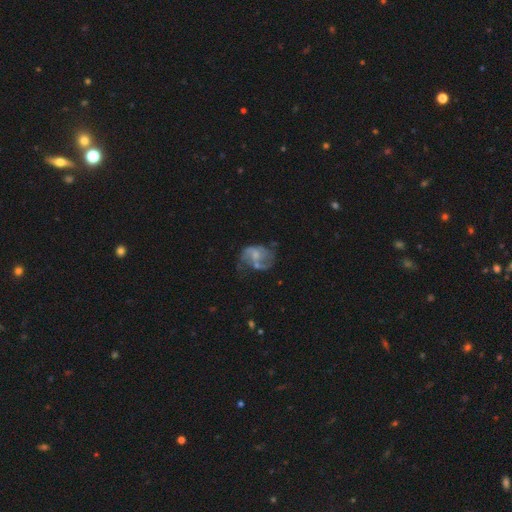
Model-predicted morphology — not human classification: Q: Smooth or featured?
A: featured or disk (68%); runner-up: smooth (23%)
Q: Edge-on disk?
A: no (98%); runner-up: yes (2%)
Q: Bar?
A: no (53%); runner-up: weak (39%)
Q: Spiral arms?
A: yes (73%); runner-up: no (27%)
Q: Bulge size?
A: small (43%); runner-up: none (28%)
Q: Merging?
A: none (37%); runner-up: major disturbance (31%)